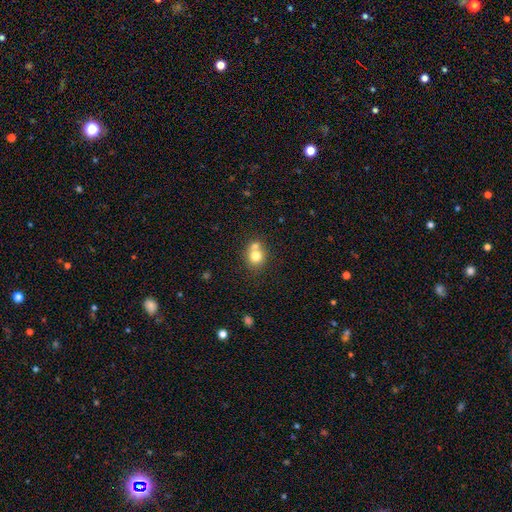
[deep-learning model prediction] Smooth or featured?
  - smooth: 75% *
  - featured or disk: 14%
  - star or artifact: 11%
How rounded?
  - round: 76% *
  - in between: 23%
  - cigar-shaped: 1%
Merging?
  - merger: 44% * (tied)
  - none: 44% * (tied)
  - minor disturbance: 9%
  - major disturbance: 3%